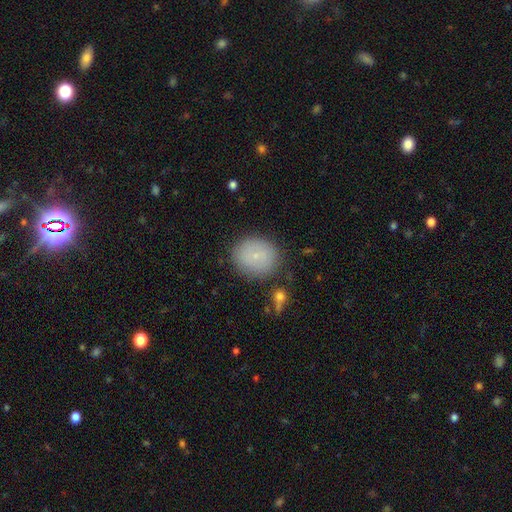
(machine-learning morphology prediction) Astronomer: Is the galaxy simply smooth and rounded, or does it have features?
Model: smooth — 76%.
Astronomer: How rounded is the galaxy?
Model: round — 75%.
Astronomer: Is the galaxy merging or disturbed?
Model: none — 83%.